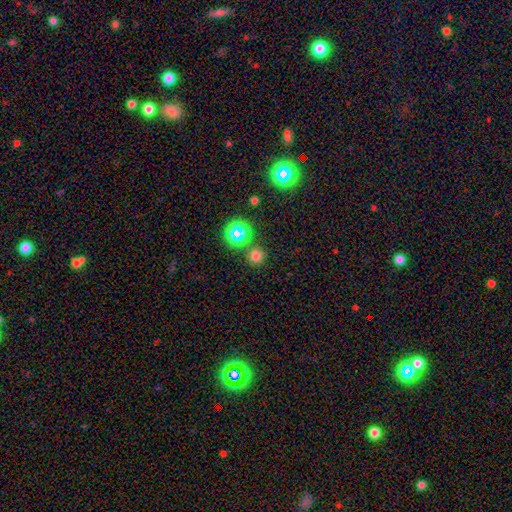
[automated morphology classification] This appears to be a smooth galaxy with no disk features (69%) that is round (94%). Merging: none (85%).